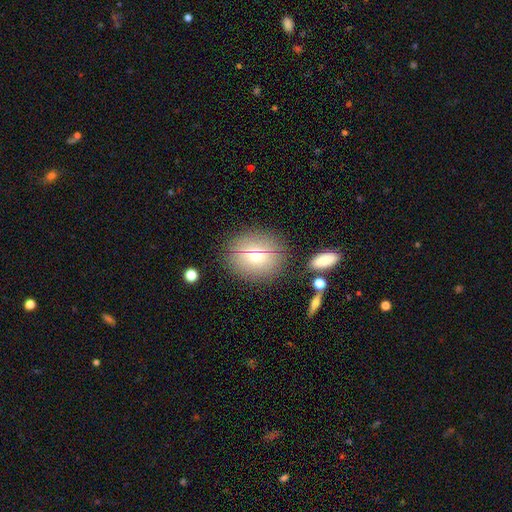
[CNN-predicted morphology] Overall: smooth (65%). How rounded: round (75%). Merging: none (83%).